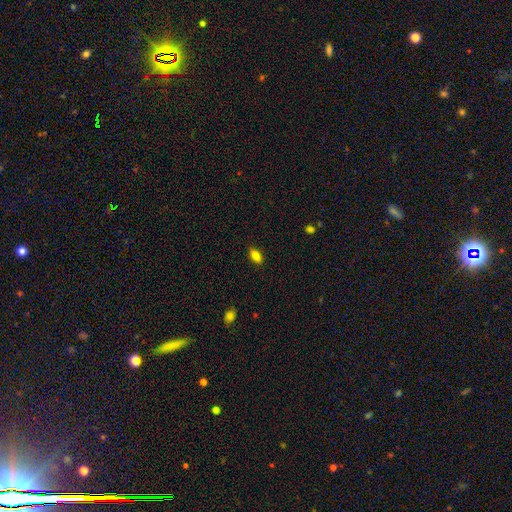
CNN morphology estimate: A smooth galaxy with no disk features (80%) that is in between round and cigar-shaped (86%). Merging: none (87%).